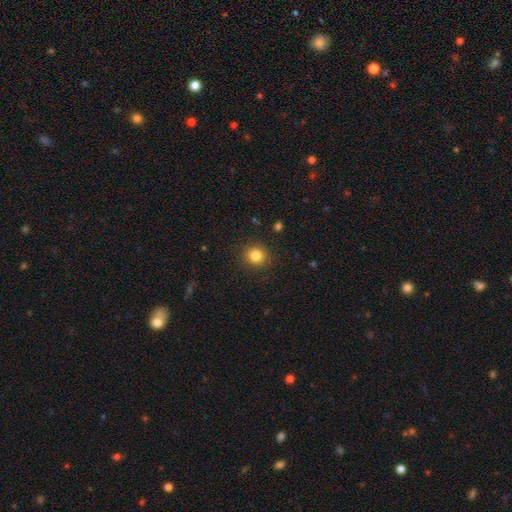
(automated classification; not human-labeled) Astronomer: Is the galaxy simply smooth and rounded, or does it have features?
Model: smooth — 83%.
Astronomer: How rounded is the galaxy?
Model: round — 87%.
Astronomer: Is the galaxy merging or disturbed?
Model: none — 89%.